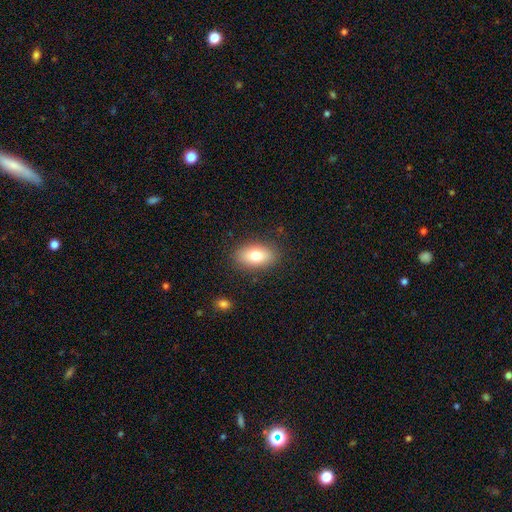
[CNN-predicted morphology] smooth_or_featured: smooth (p=0.77) [alt: featured or disk p=0.15]
how_rounded: in between (p=0.89) [alt: round p=0.08]
merging: none (p=0.86) [alt: minor disturbance p=0.10]